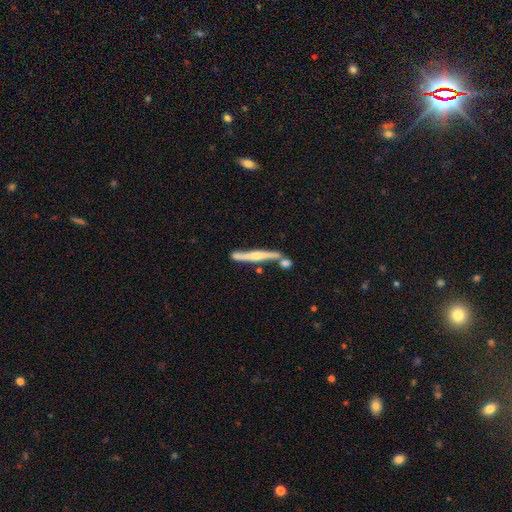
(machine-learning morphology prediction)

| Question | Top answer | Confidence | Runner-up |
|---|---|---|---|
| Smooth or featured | featured or disk | 66% | smooth (28%) |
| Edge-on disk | yes | 95% | no (5%) |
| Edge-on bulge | rounded | 77% | none (15%) |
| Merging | none | 70% | merger (14%) |